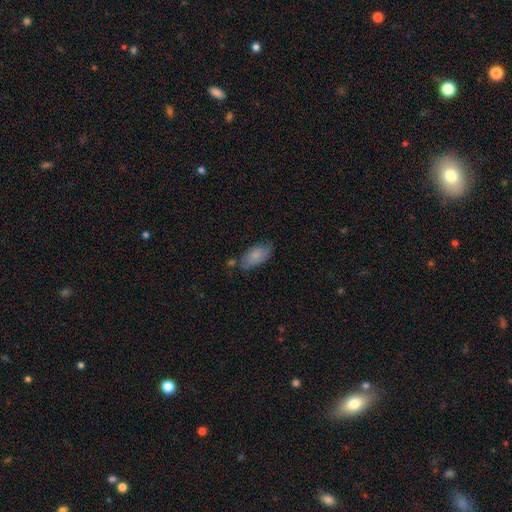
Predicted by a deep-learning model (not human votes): A smooth galaxy with no disk features (73%) that is in between round and cigar-shaped (90%).

Vote fractions:
- Smooth or featured? smooth: 73% / featured or disk: 21% / star or artifact: 7%
- How rounded? in between: 90% / cigar-shaped: 7% / round: 3%
- Merging? none: 62% / minor disturbance: 26% / merger: 6% / major disturbance: 6%